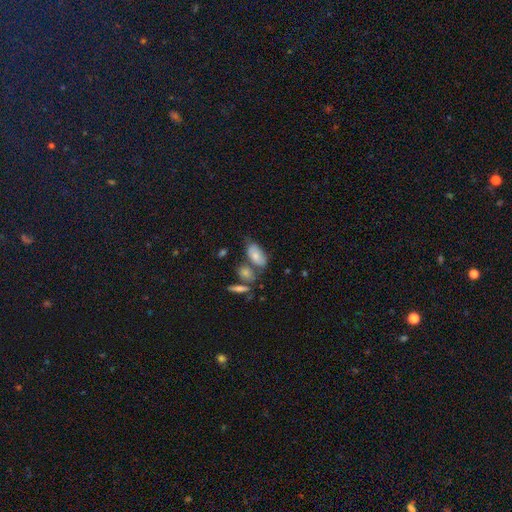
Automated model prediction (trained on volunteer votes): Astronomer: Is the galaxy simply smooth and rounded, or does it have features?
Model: smooth — 72%.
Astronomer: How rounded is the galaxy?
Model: in between — 90%.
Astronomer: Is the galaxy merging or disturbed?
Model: none — 48% (runner-up: merger, 23%).